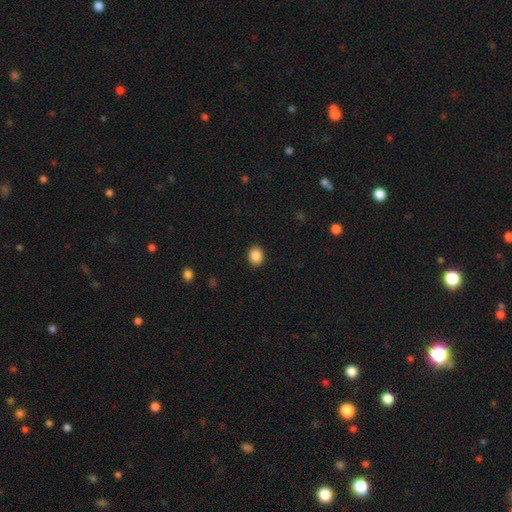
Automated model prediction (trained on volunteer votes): smooth 87%, star or artifact 9%, featured or disk 4%. Down the decision tree: how rounded — round (58%); merging — none (90%).